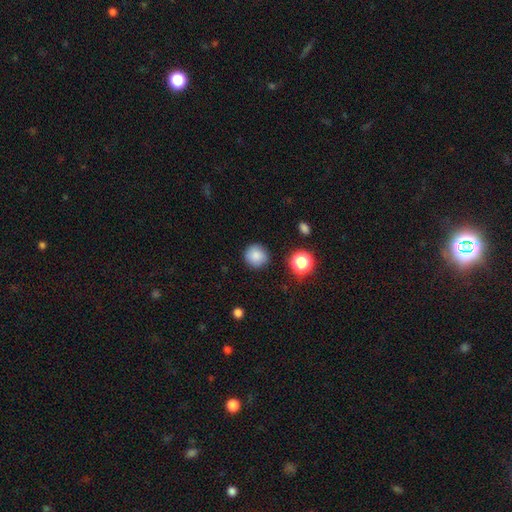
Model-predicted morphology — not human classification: A smooth galaxy with no disk features (84%) that is round (93%). Merging: none (87%).